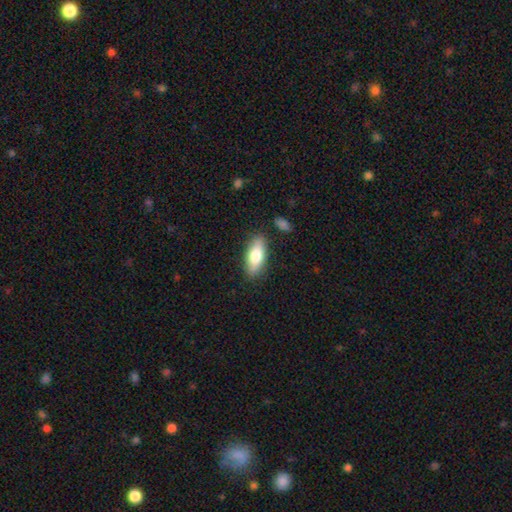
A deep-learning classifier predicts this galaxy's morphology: Q: Smooth or featured?
A: smooth (74%); runner-up: featured or disk (20%)
Q: How rounded?
A: in between (77%); runner-up: cigar-shaped (20%)
Q: Merging?
A: none (84%); runner-up: minor disturbance (11%)